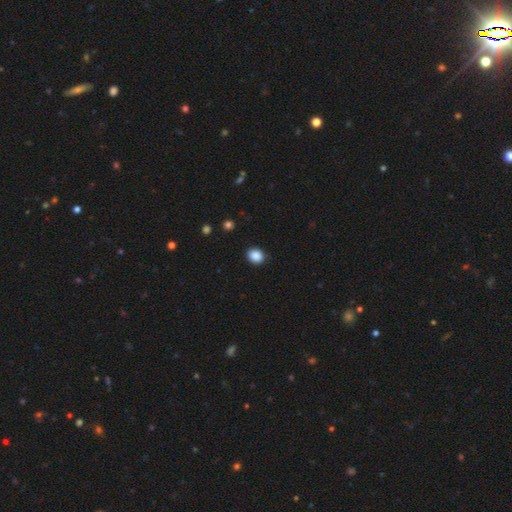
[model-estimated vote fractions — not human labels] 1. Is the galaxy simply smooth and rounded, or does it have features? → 88% smooth, 9% star or artifact, 3% featured or disk.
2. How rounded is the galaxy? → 65% round, 35% in between, 1% cigar-shaped.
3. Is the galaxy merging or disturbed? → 88% none, 9% minor disturbance, 2% major disturbance, 1% merger.